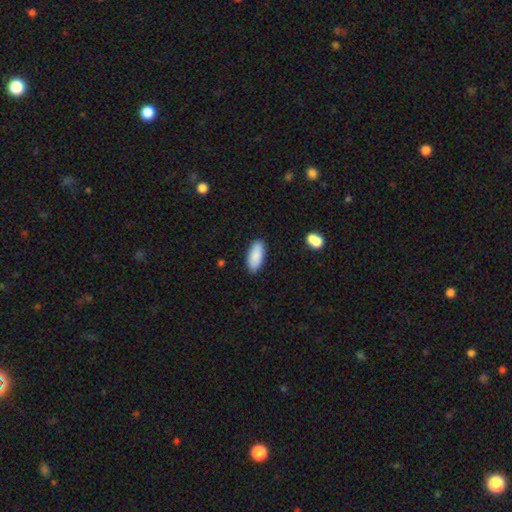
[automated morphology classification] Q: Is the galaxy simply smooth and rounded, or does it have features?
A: smooth — 88%.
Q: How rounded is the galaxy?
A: in between — 85%.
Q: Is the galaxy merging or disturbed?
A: none — 87%.